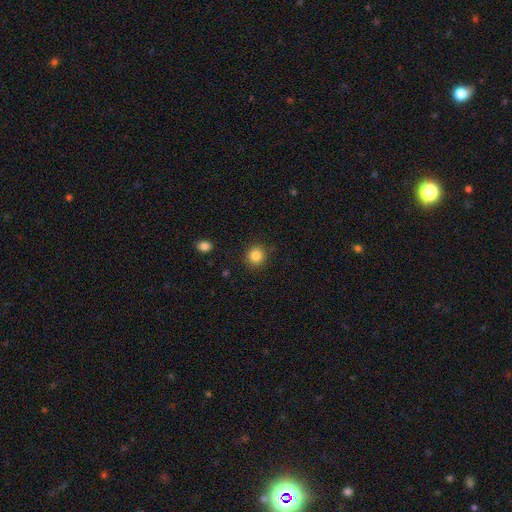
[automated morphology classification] This is clearly a smooth galaxy (85%). How rounded: clearly round (92%). Merging: clearly none (89%).